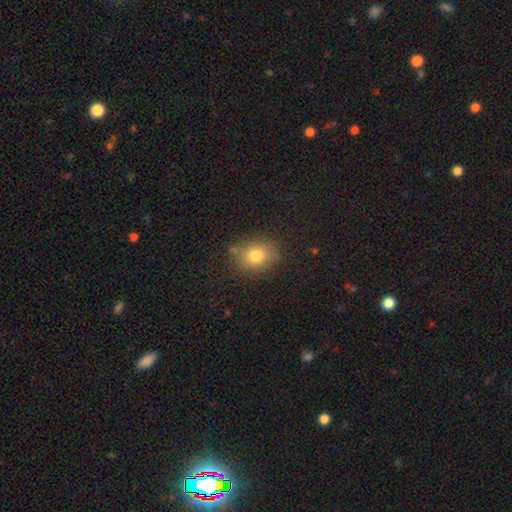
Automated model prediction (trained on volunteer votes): Morphology: type=smooth (78%); roundness=in between (53%); merging=none (78%).